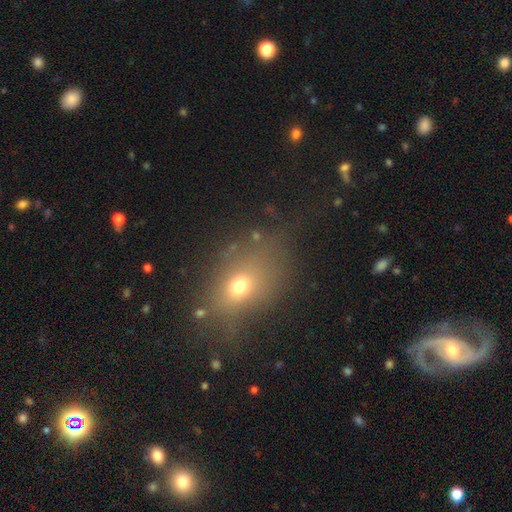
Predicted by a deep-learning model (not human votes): A smooth galaxy with no disk features (47%).

Vote fractions:
- Smooth or featured? smooth: 47% / featured or disk: 30% / star or artifact: 23%
- Merging? none: 74% / minor disturbance: 16% / major disturbance: 7% / merger: 4%